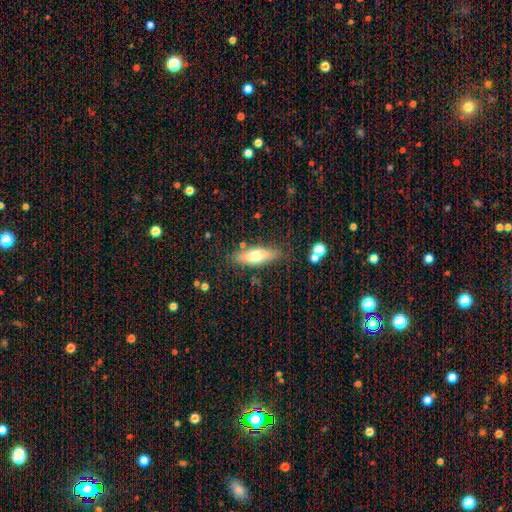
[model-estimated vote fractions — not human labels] smooth_or_featured: smooth (p=0.61) [alt: featured or disk p=0.32]
how_rounded: in between (p=0.53) [alt: cigar-shaped p=0.45]
merging: none (p=0.78) [alt: minor disturbance p=0.15]